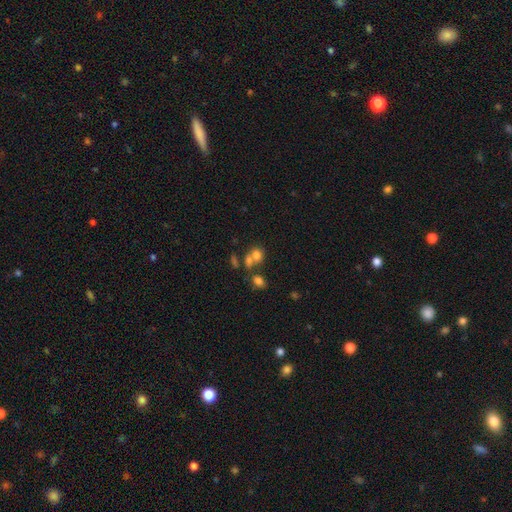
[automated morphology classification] Overall: smooth (72%). How rounded: round (59%; in between 39%). Merging: merger (45%; none 40%).